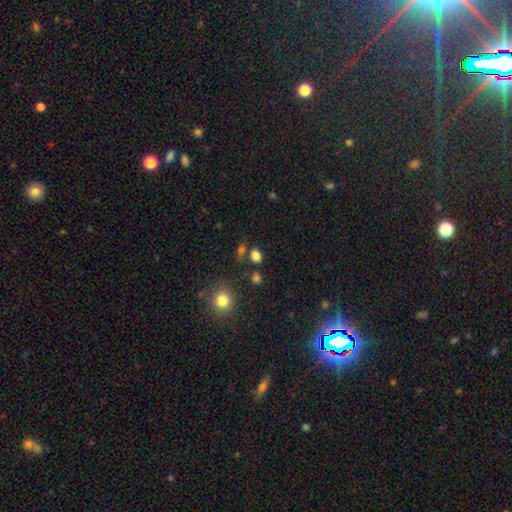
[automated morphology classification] This appears to be a smooth galaxy with no disk features (81%) that is in between round and cigar-shaped (59%). Merging: none (71%).